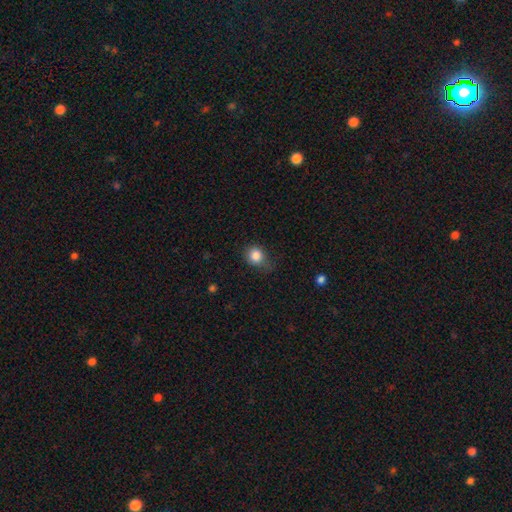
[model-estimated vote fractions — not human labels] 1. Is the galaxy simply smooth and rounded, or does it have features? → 84% smooth, 10% star or artifact, 6% featured or disk.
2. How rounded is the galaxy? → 71% round, 28% in between, 1% cigar-shaped.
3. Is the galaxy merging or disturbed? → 62% none, 29% minor disturbance, 8% major disturbance, 2% merger.